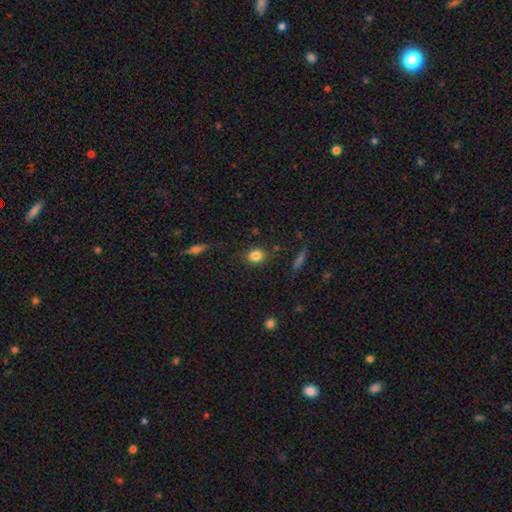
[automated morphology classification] Overall: smooth (83%). How rounded: round (64%; in between 33%). Merging: none (84%).